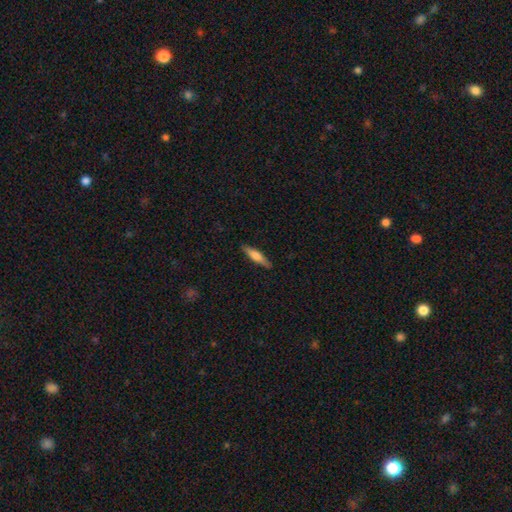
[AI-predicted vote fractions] A smooth galaxy with no disk features (56%) that is cigar-shaped (77%). Merging: none (88%).